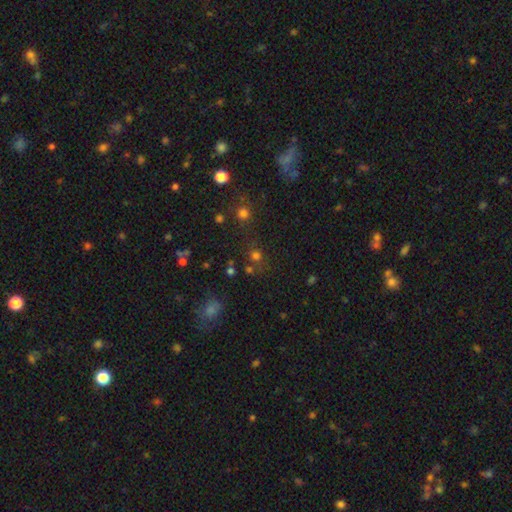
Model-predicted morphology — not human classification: Smooth or featured? Predicted: smooth (p=0.64). How rounded? Predicted: round (p=0.86). Merging? Predicted: none (p=0.68).